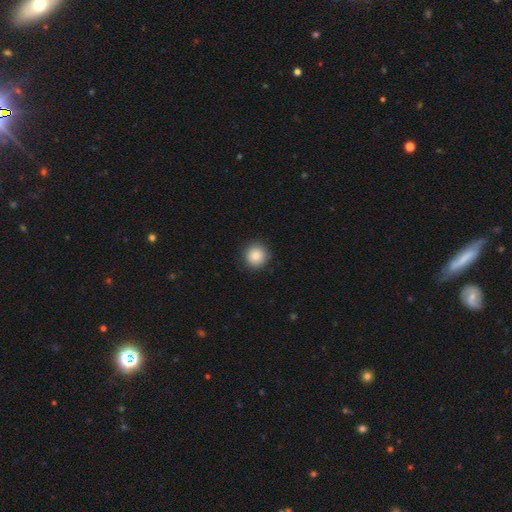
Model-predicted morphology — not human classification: This is clearly a smooth galaxy (86%). How rounded: clearly round (93%). Merging: clearly none (89%).